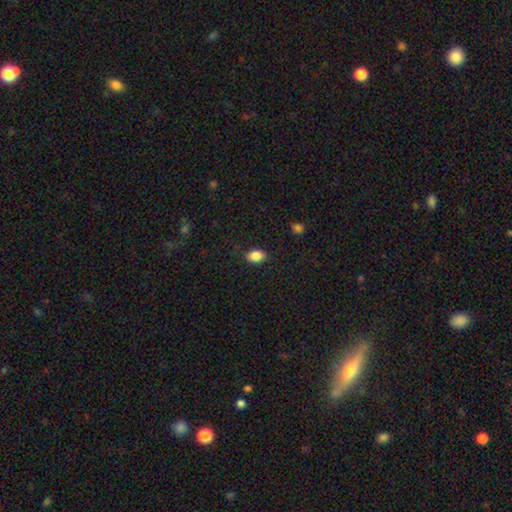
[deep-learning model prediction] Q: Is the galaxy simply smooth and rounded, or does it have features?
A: smooth — 87%.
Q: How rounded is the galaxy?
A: in between — 78%.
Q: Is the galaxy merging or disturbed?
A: none — 85%.